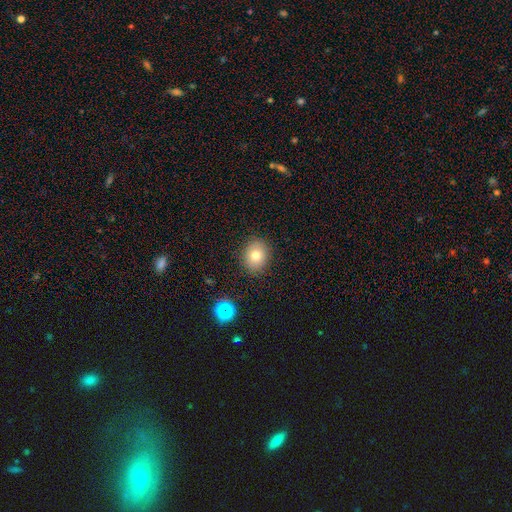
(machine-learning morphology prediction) Smooth or featured? Predicted: smooth (p=0.77). How rounded? Predicted: round (p=0.57). Merging? Predicted: none (p=0.88).